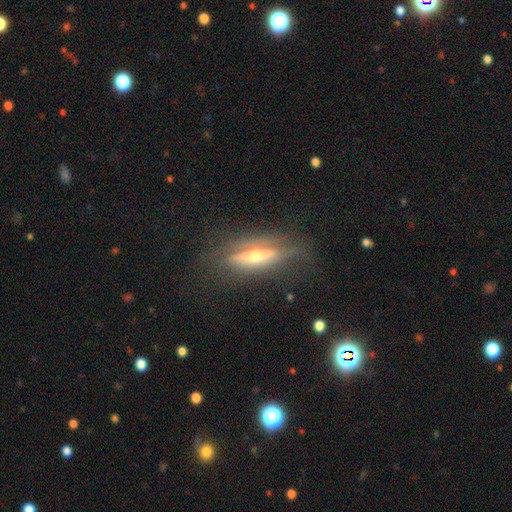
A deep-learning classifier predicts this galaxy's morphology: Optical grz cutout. It shows a featured or disk galaxy (65%) viewed edge-on (76%). Merging: none (67%).